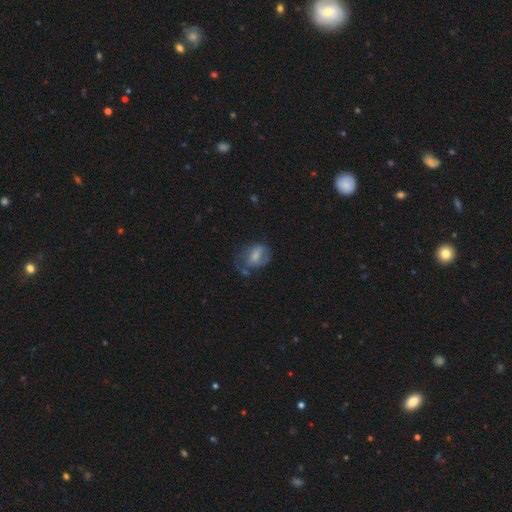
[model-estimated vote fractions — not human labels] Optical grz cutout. It shows a smooth galaxy with no disk features (54%) that is in between round and cigar-shaped (71%). Merging: none (39%).